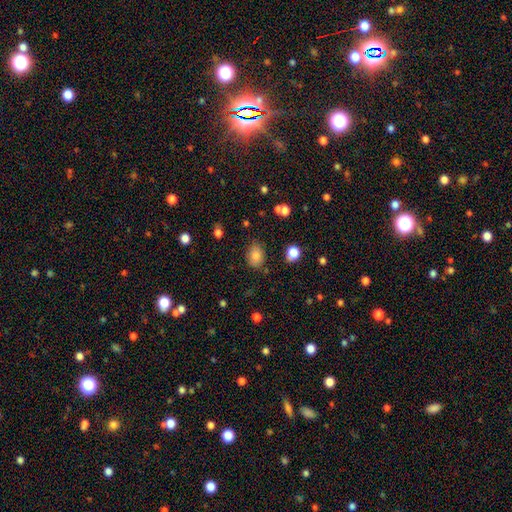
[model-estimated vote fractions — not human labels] Smooth or featured? smooth (82%)
How rounded? in between (64%)
Merging? none (78%)